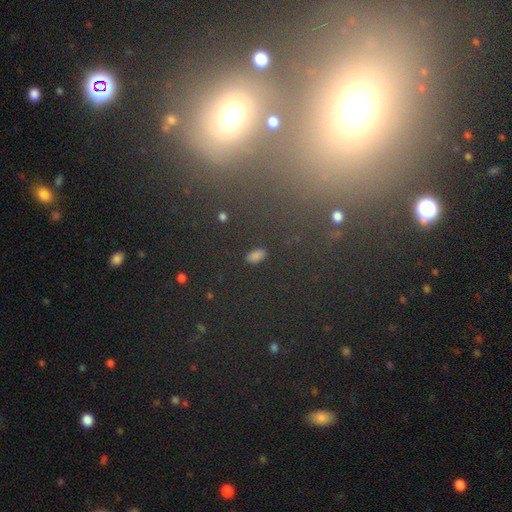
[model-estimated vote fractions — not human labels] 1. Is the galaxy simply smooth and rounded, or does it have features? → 74% smooth, 21% star or artifact, 6% featured or disk.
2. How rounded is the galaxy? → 90% in between, 6% round, 5% cigar-shaped.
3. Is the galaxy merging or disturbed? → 88% none, 8% minor disturbance, 3% major disturbance, 2% merger.